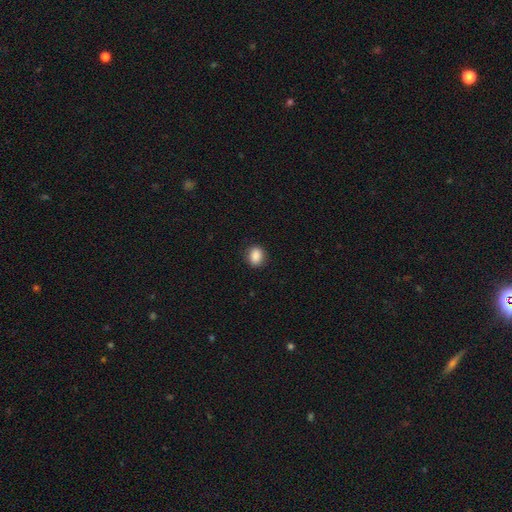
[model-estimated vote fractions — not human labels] Q: Smooth or featured?
A: smooth (89%); runner-up: star or artifact (8%)
Q: How rounded?
A: in between (52%); runner-up: round (46%)
Q: Merging?
A: none (88%); runner-up: minor disturbance (9%)